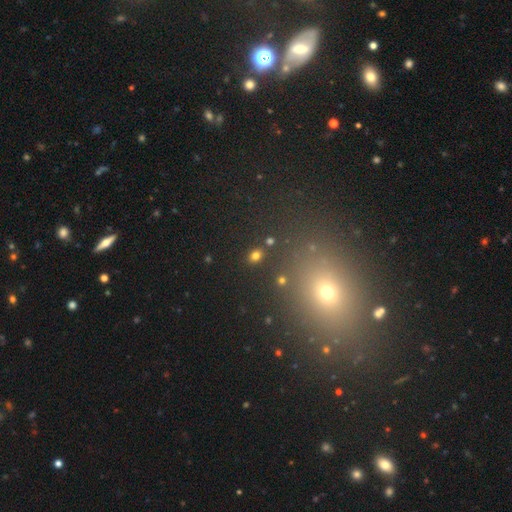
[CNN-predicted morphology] A smooth galaxy with no disk features (77%) that is in between round and cigar-shaped (58%). Merging: none (85%).